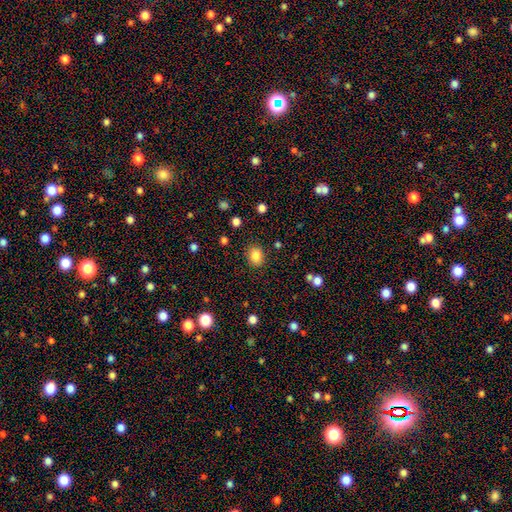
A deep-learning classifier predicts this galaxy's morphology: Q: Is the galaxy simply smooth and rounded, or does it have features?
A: smooth — 85%.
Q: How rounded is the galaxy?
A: round — 53%.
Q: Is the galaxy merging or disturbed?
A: none — 86%.